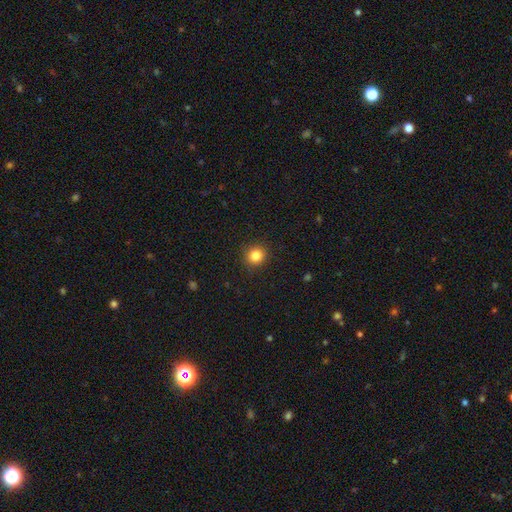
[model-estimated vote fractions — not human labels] Smooth or featured? smooth (84%)
How rounded? round (90%)
Merging? none (91%)